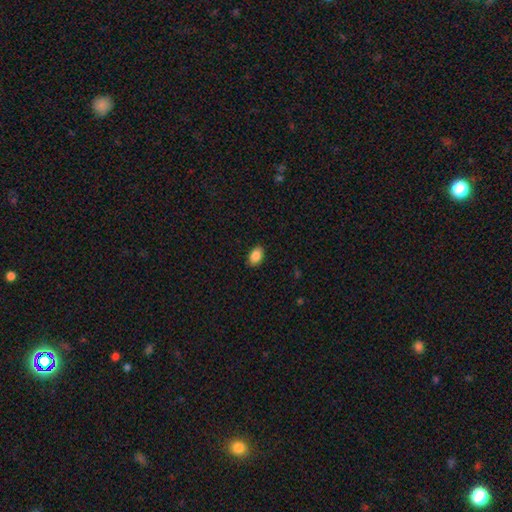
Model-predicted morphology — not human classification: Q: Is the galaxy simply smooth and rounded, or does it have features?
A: smooth — 88%.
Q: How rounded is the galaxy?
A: in between — 89%.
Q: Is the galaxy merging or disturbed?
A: none — 89%.